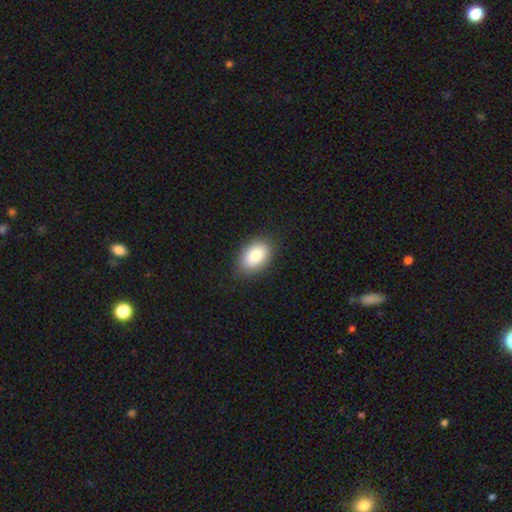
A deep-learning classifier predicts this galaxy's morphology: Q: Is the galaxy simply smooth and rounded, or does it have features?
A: smooth — 84%.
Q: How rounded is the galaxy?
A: in between — 88%.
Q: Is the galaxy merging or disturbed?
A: none — 86%.